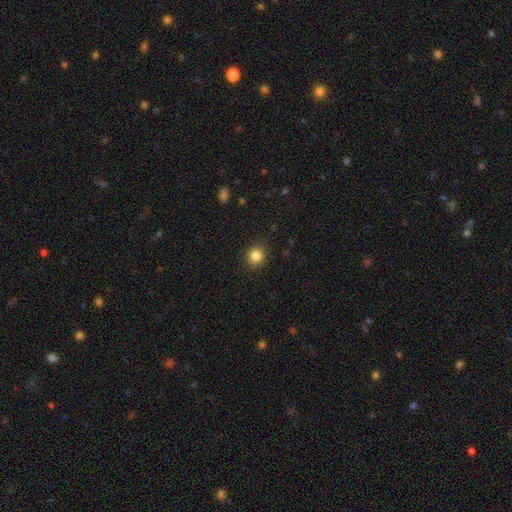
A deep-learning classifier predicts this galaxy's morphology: smooth_or_featured: smooth (p=0.84) [alt: star or artifact p=0.11]
how_rounded: round (p=0.85) [alt: in between p=0.15]
merging: none (p=0.88) [alt: minor disturbance p=0.08]